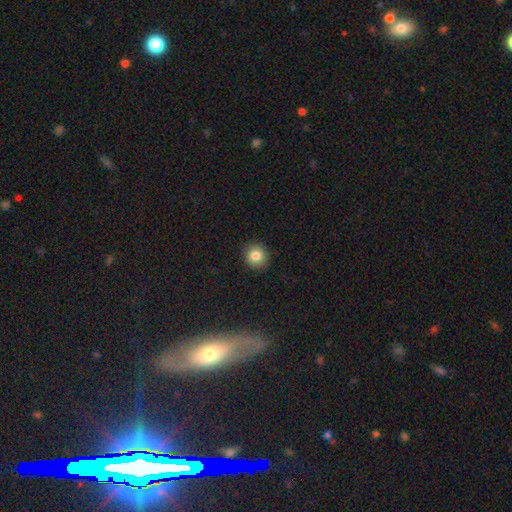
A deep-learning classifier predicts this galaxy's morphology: smooth_or_featured: smooth (p=0.83) [alt: star or artifact p=0.10]
how_rounded: round (p=0.91) [alt: in between p=0.08]
merging: none (p=0.92) [alt: minor disturbance p=0.05]